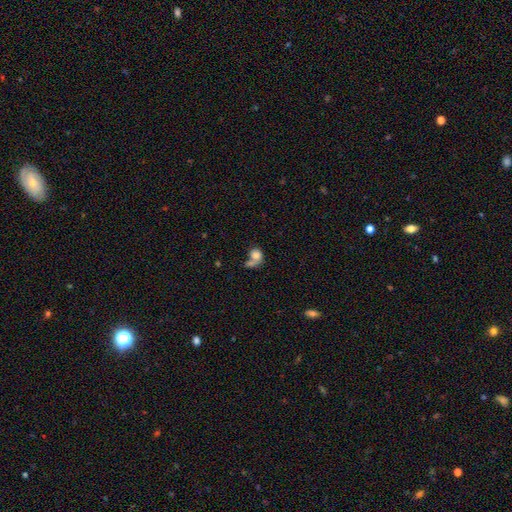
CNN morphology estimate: Smooth or featured? Predicted: smooth (p=0.73). How rounded? Predicted: round (p=0.52). Merging? Predicted: merger (p=0.49).